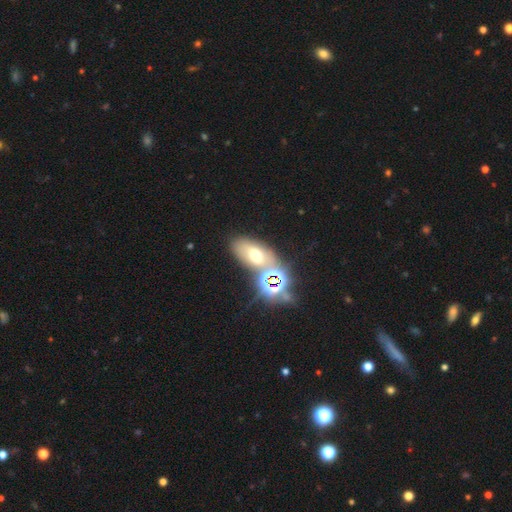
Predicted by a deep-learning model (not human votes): This is marginally a smooth galaxy (45%). Merging: possibly none (57%).